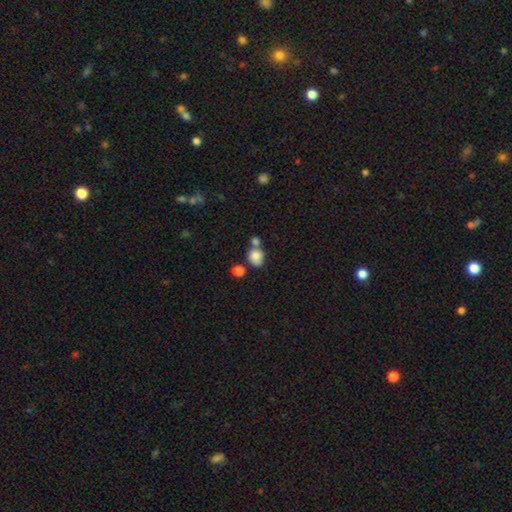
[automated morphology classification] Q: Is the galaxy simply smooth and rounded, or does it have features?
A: smooth — 81%.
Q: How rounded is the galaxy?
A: round — 64%.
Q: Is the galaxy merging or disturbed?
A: none — 47%.